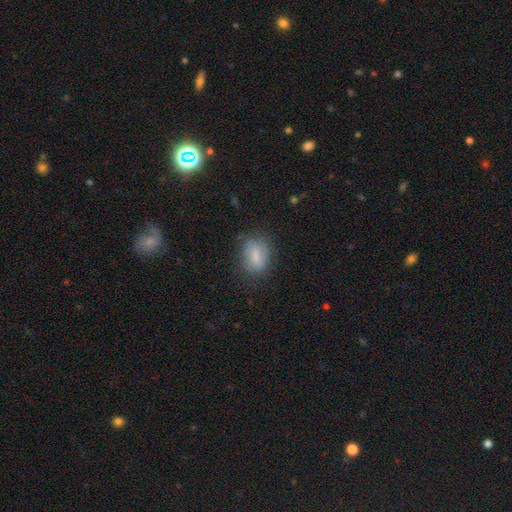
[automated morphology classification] smooth_or_featured: smooth (p=0.78) [alt: featured or disk p=0.13]
how_rounded: in between (p=0.73) [alt: round p=0.25]
merging: none (p=0.69) [alt: minor disturbance p=0.23]